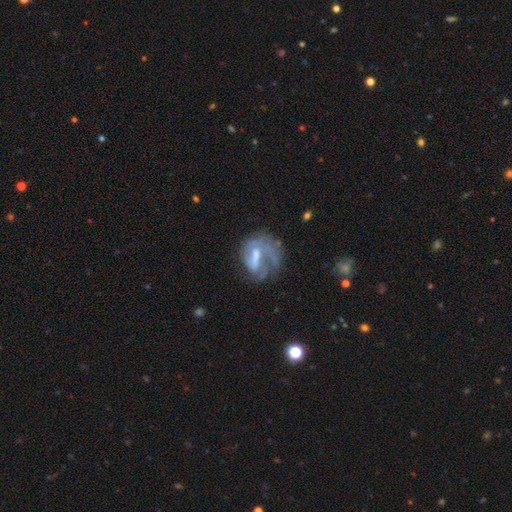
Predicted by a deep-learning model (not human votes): smooth_or_featured: featured or disk (p=0.69) [alt: smooth p=0.22]
disk_edge_on: no (p=0.96) [alt: yes p=0.04]
bar: weak (p=0.44) [alt: no p=0.32]
has_spiral_arms: yes (p=0.69) [alt: no p=0.31]
bulge_size: moderate (p=0.42) [alt: small p=0.33]
merging: none (p=0.41) [alt: major disturbance p=0.35]